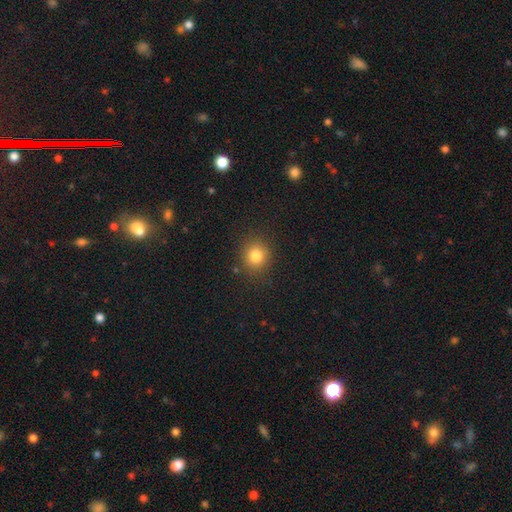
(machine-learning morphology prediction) A smooth galaxy with no disk features (82%) that is round (85%).

Vote fractions:
- Smooth or featured? smooth: 82% / star or artifact: 12% / featured or disk: 6%
- How rounded? round: 85% / in between: 14% / cigar-shaped: 1%
- Merging? none: 87% / minor disturbance: 8% / major disturbance: 3% / merger: 2%